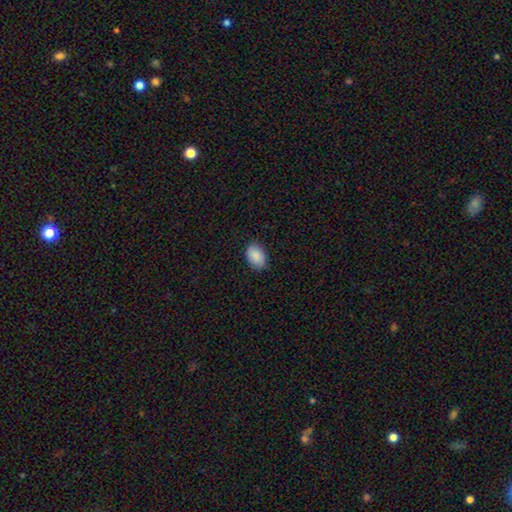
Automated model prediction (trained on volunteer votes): smooth 90%, star or artifact 6%, featured or disk 4%. Down the decision tree: how rounded — in between (88%); merging — none (86%).